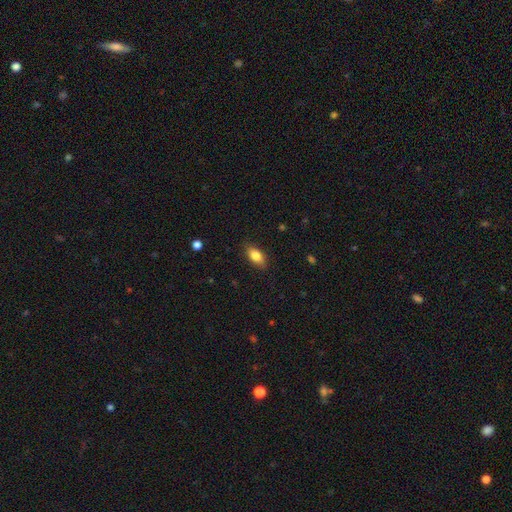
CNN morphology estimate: Smooth or featured: smooth — 82% (featured or disk — 11%)
How rounded: in between — 86% (cigar-shaped — 8%)
Merging: none — 85% (minor disturbance — 11%)